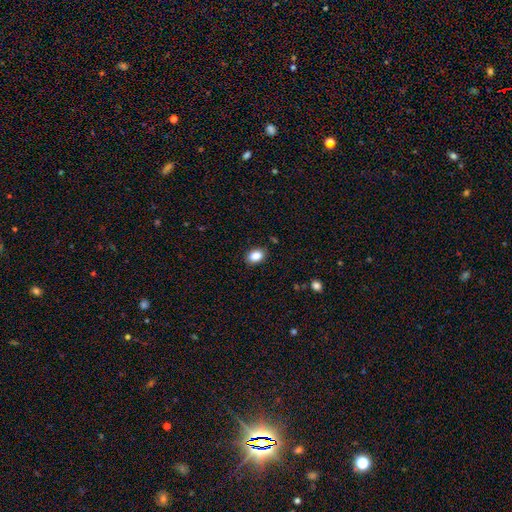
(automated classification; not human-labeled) Q: Smooth or featured?
A: smooth (87%); runner-up: star or artifact (9%)
Q: How rounded?
A: in between (77%); runner-up: round (22%)
Q: Merging?
A: none (87%); runner-up: minor disturbance (10%)